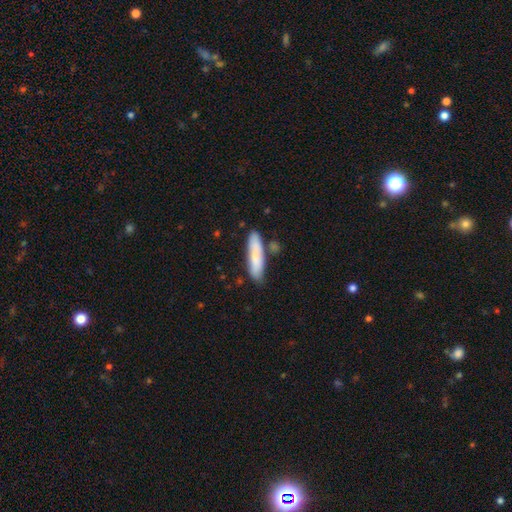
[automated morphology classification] This is likely a smooth galaxy (79%). How rounded: likely cigar-shaped (74%). Merging: likely none (73%).